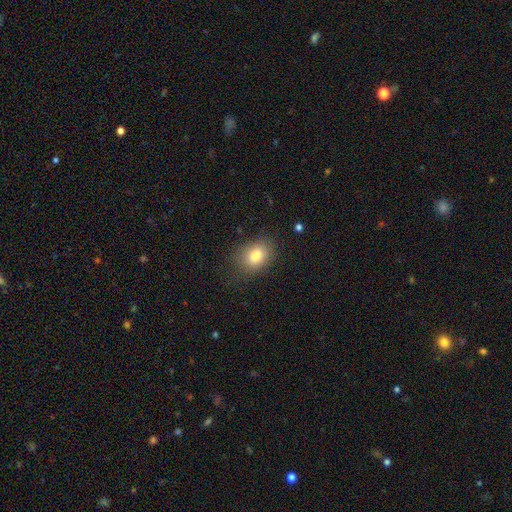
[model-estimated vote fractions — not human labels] Morphology: type=smooth (80%); roundness=in between (67%); merging=none (75%).